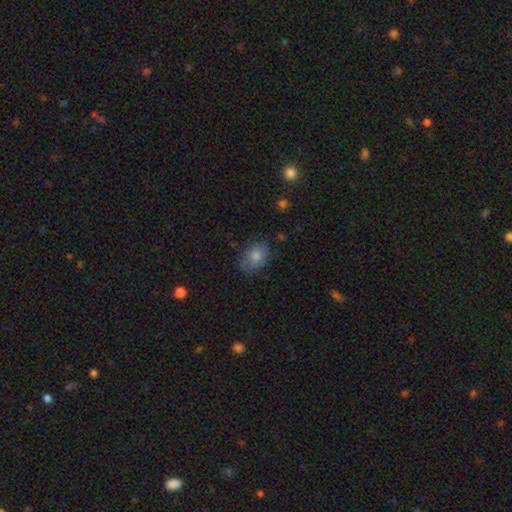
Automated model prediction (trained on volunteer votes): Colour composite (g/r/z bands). It shows a smooth galaxy with no disk features (75%) that is in between round and cigar-shaped (70%). Merging: none (78%).